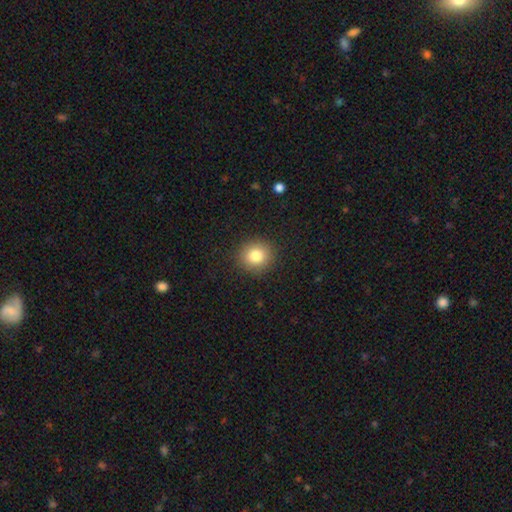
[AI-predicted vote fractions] Overall: smooth (82%). How rounded: round (86%). Merging: none (90%).